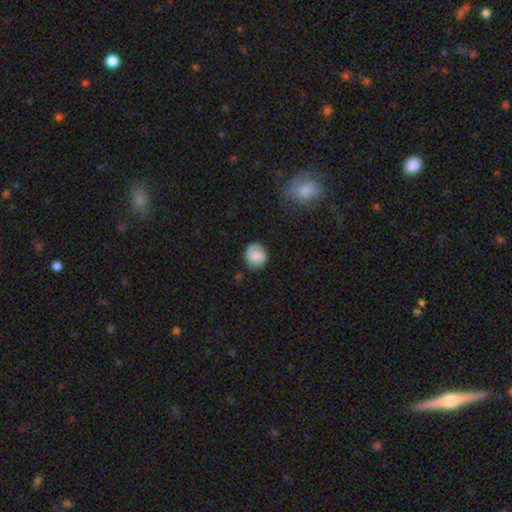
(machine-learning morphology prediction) The model was most divided on "smooth or featured": smooth: 69%, featured or disk: 23%, star or artifact: 8%. More confident: how rounded — round (80%); merging — none (77%).